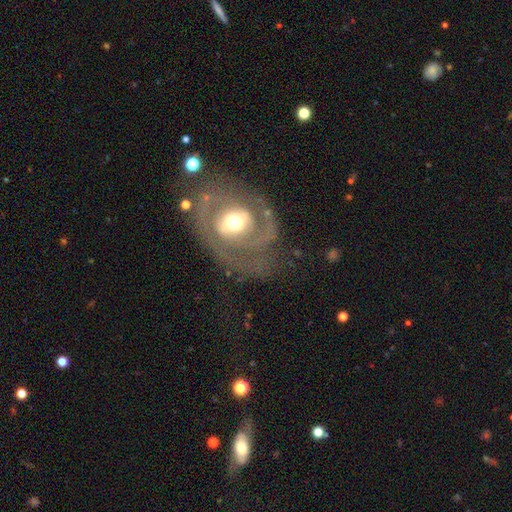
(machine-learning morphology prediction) A featured or disk galaxy (85%) with no bar (62%), 2 (52%) tight (52%) spiral arms (88%) and a moderate central bulge (69%). Merging: none (60%).